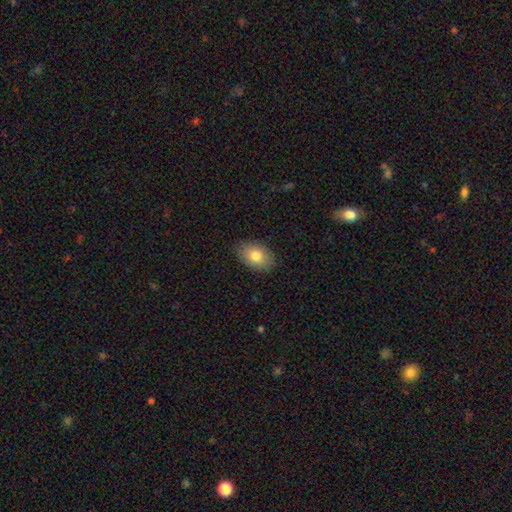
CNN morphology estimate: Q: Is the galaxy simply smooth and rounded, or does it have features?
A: smooth — 79%.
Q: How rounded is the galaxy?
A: in between — 84%.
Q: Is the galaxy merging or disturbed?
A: none — 85%.